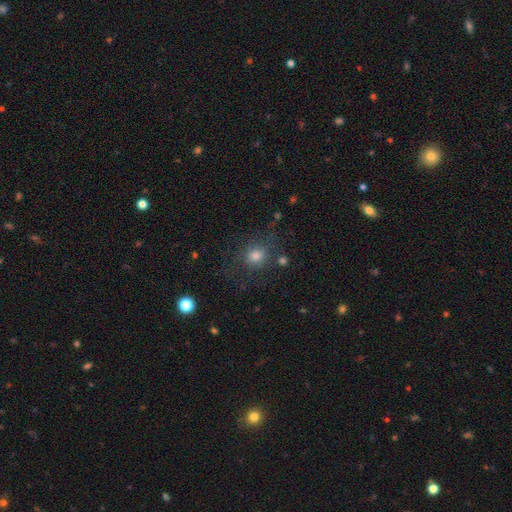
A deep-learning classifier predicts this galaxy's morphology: smooth_or_featured: smooth (p=0.70) [alt: star or artifact p=0.17]
how_rounded: round (p=0.76) [alt: in between p=0.23]
merging: none (p=0.72) [alt: minor disturbance p=0.15]